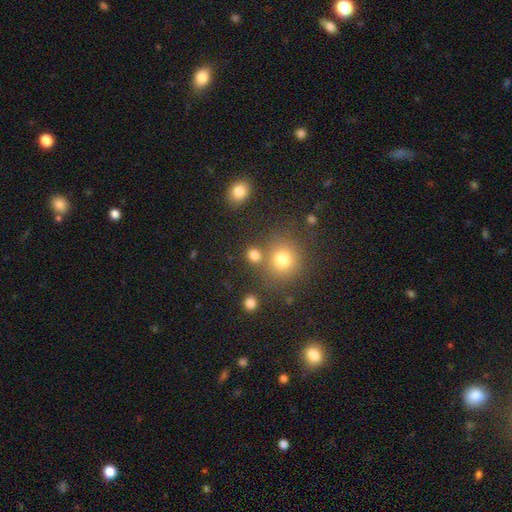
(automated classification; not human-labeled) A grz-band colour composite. It shows a smooth galaxy with no disk features (72%) that is round (85%). Merging: none (74%).